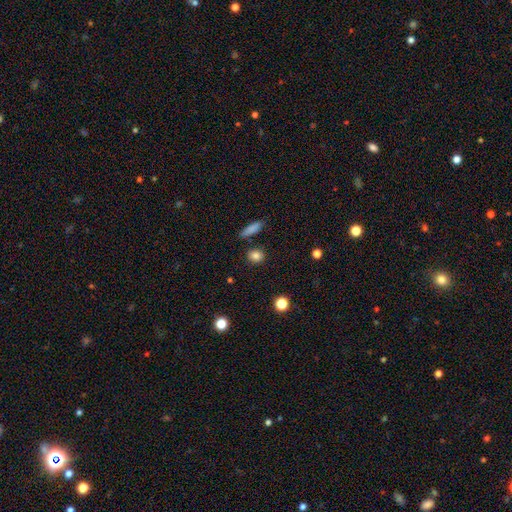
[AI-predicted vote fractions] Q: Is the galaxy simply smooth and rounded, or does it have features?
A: smooth — 84%.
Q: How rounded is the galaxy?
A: round — 67%.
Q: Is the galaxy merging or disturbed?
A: none — 86%.